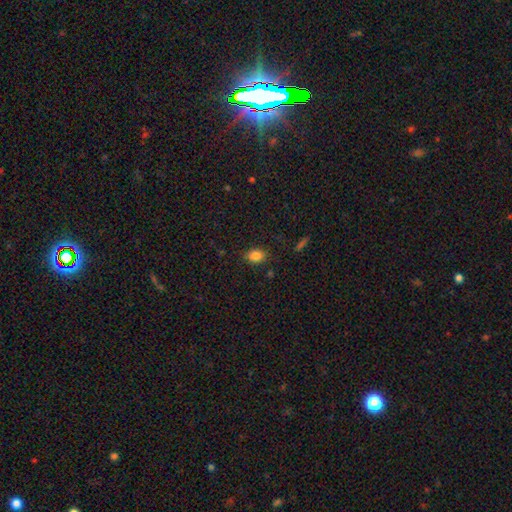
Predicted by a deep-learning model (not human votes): Q: Smooth or featured?
A: smooth (84%); runner-up: star or artifact (10%)
Q: How rounded?
A: in between (75%); runner-up: round (23%)
Q: Merging?
A: none (83%); runner-up: minor disturbance (12%)